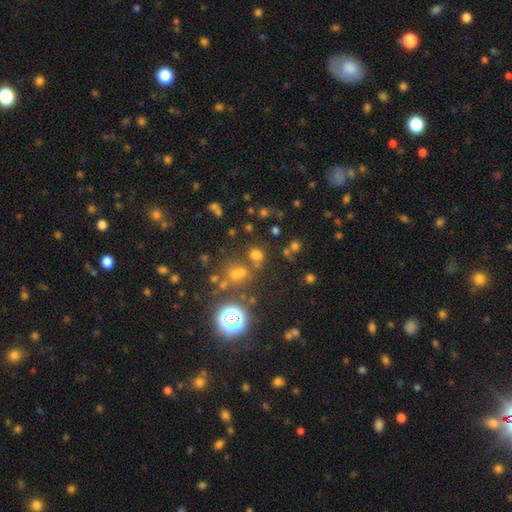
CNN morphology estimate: type=smooth (47%); merging=none (65%).